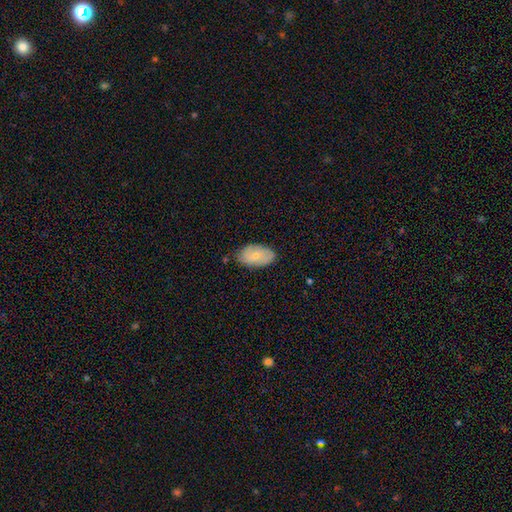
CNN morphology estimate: This is likely a smooth galaxy (68%). How rounded: clearly in between (93%). Merging: likely none (76%).